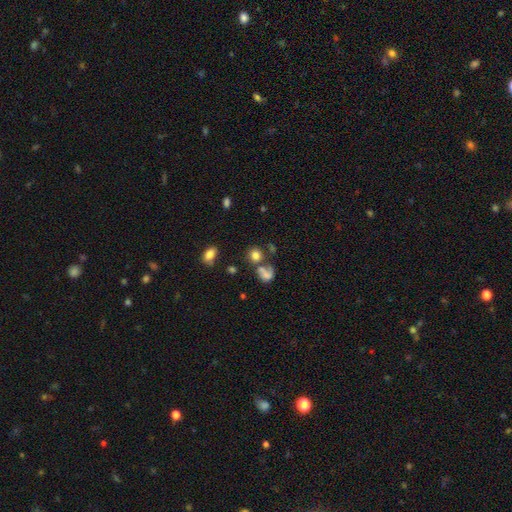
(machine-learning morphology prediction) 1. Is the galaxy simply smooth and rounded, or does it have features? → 75% smooth, 13% star or artifact, 11% featured or disk.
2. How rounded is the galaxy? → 76% round, 23% in between, 1% cigar-shaped.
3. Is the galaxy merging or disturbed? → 48% none, 31% merger, 11% minor disturbance, 10% major disturbance.